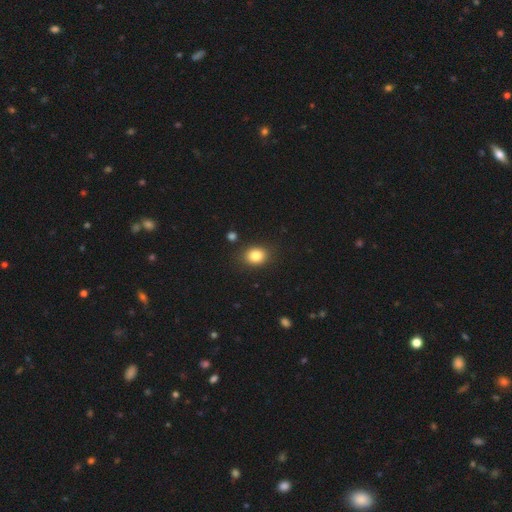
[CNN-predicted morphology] Smooth or featured?
  - smooth: 84% *
  - star or artifact: 10%
  - featured or disk: 6%
How rounded?
  - round: 52% *
  - in between: 47%
  - cigar-shaped: 1%
Merging?
  - none: 86% *
  - minor disturbance: 9%
  - major disturbance: 3%
  - merger: 2%